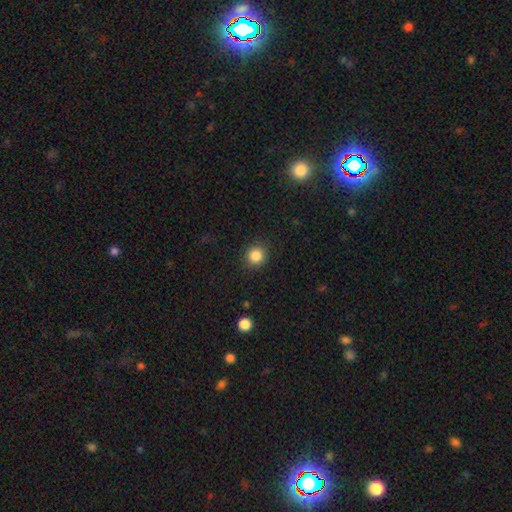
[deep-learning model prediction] Morphology: type=smooth (86%); roundness=round (90%); merging=none (89%).